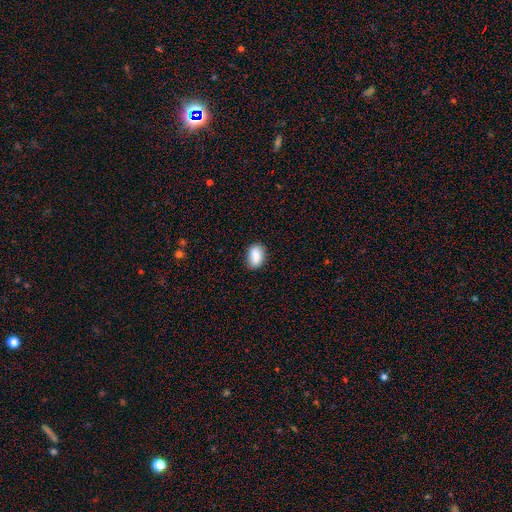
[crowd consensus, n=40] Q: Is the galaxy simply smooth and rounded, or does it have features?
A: smooth — 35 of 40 (88%).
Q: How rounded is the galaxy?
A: in between — 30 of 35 (86%).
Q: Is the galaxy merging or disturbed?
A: none — 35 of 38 (92%).